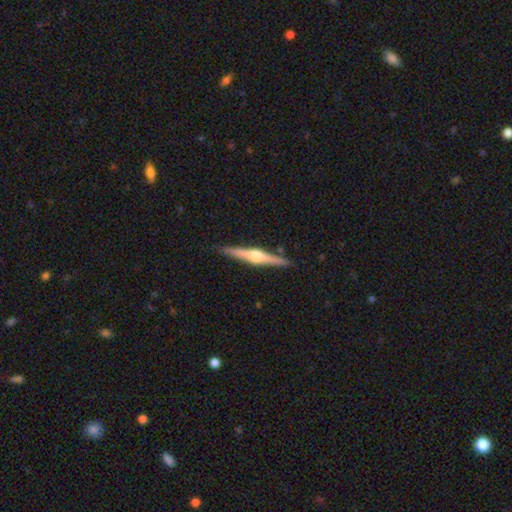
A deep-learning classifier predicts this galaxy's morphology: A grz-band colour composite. It shows a featured or disk galaxy (77%) viewed edge-on (98%) with a rounded central bulge (92%). Merging: none (90%).